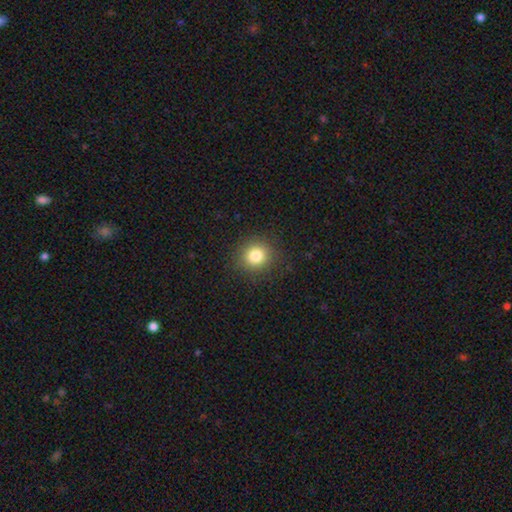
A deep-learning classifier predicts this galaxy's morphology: smooth 81%, star or artifact 12%, featured or disk 6%. Down the decision tree: how rounded — round (89%); merging — none (89%).